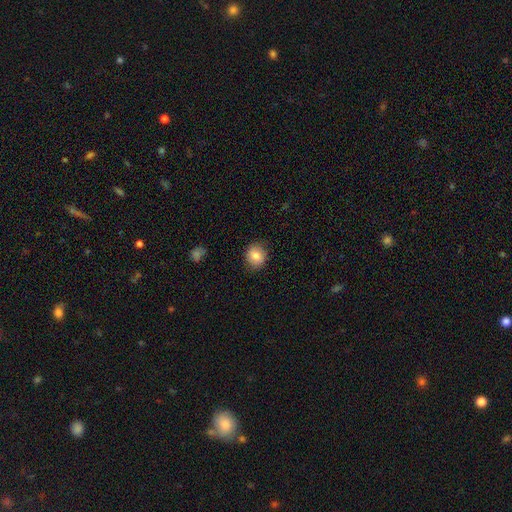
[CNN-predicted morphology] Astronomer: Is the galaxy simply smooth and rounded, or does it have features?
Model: smooth — 80%.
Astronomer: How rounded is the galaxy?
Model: round — 74%.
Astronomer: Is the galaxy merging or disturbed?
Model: none — 84%.